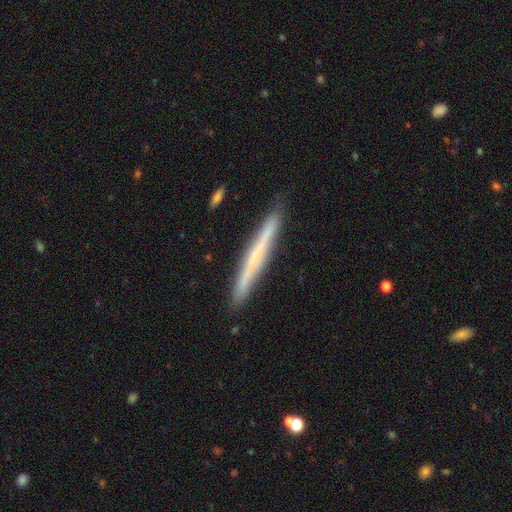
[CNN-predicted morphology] type=featured or disk (50%); edge-on=yes (96%); merging=none (89%).